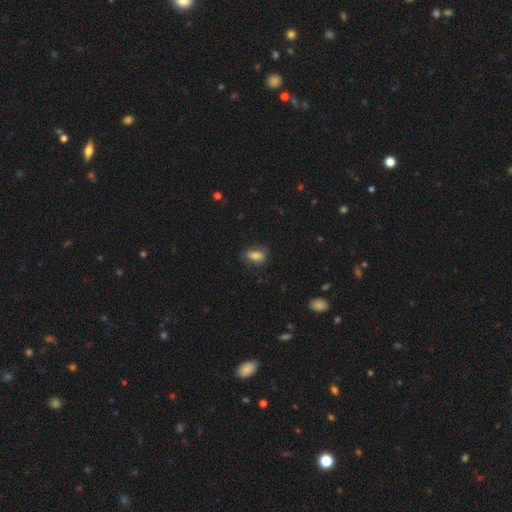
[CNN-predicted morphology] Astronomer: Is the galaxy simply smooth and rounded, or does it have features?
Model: smooth — 78%.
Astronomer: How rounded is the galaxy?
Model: in between — 80%.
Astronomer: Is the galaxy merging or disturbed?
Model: none — 71%.